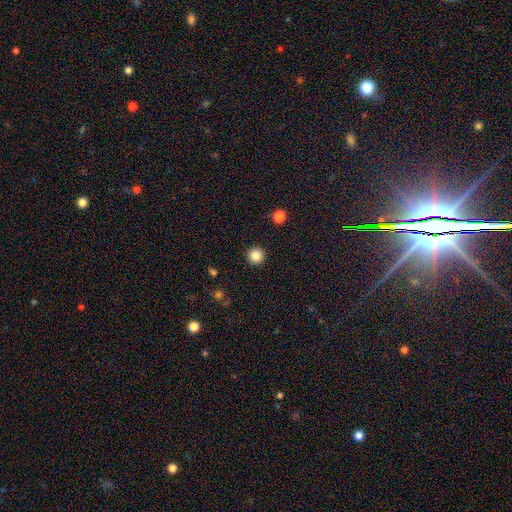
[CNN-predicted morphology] smooth 85%, star or artifact 11%, featured or disk 4%. Down the decision tree: how rounded — round (96%); merging — none (92%).